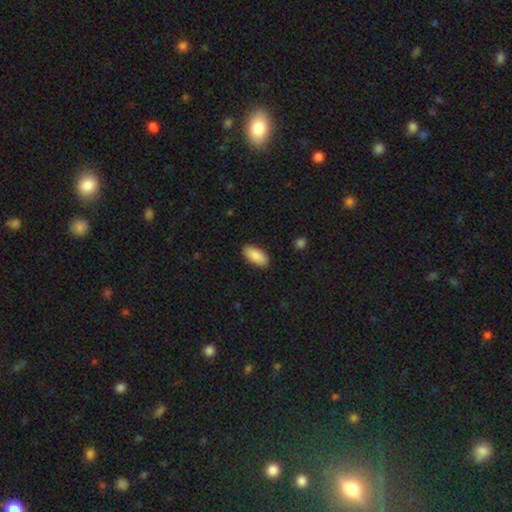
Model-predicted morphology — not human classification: A smooth galaxy with no disk features (89%) that is in between round and cigar-shaped (91%). Merging: none (89%).